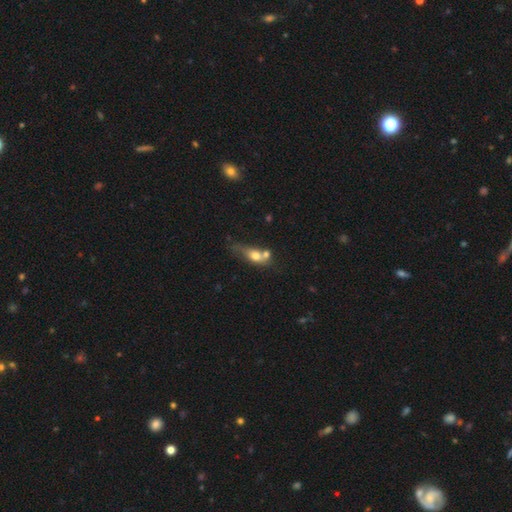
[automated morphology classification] type=smooth (64%); roundness=in between (61%); merging=merger (43%).